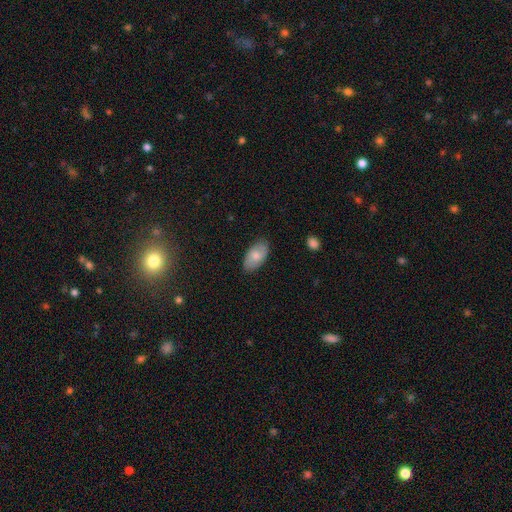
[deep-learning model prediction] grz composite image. It shows a smooth galaxy with no disk features (70%) that is in between round and cigar-shaped (94%). Merging: none (83%).